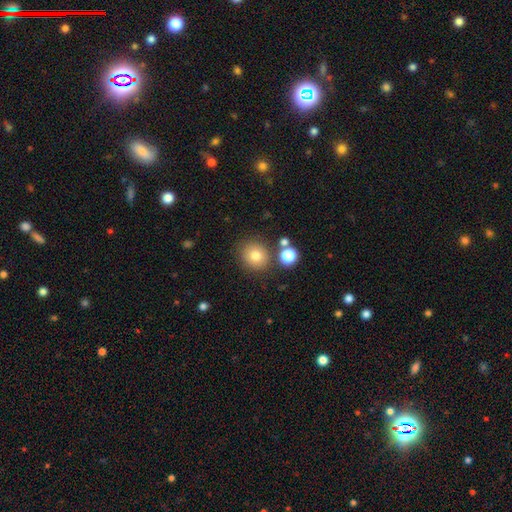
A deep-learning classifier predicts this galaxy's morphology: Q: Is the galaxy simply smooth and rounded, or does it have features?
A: smooth — 77%.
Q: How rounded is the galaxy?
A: round — 86%.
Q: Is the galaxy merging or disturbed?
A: none — 79%.